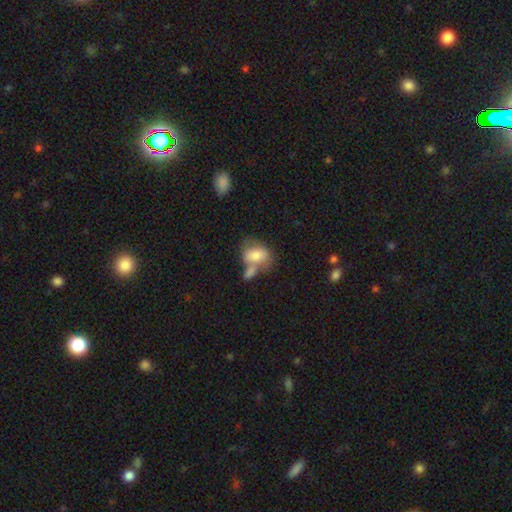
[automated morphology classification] The model was most divided on "merging": merger: 47%, none: 27%, minor disturbance: 15%, major disturbance: 11%. More confident: how rounded — in between (77%); smooth or featured — smooth (71%).